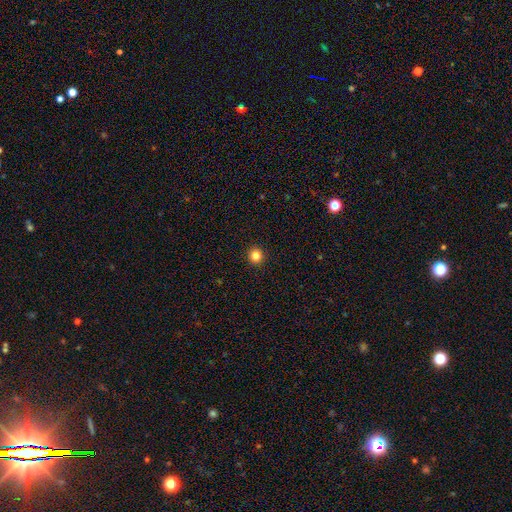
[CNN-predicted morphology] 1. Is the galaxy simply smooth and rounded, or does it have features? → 84% smooth, 12% star or artifact, 4% featured or disk.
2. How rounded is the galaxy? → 92% round, 7% in between, 1% cigar-shaped.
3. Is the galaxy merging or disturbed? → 93% none, 4% minor disturbance, 2% major disturbance, 1% merger.